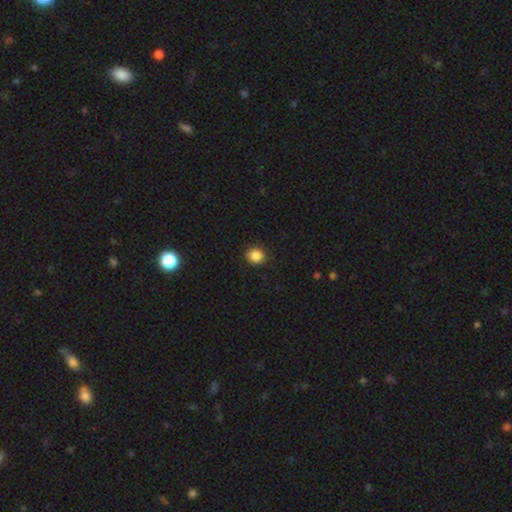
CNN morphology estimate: A smooth galaxy with no disk features (86%) that is round (87%). Merging: none (91%).